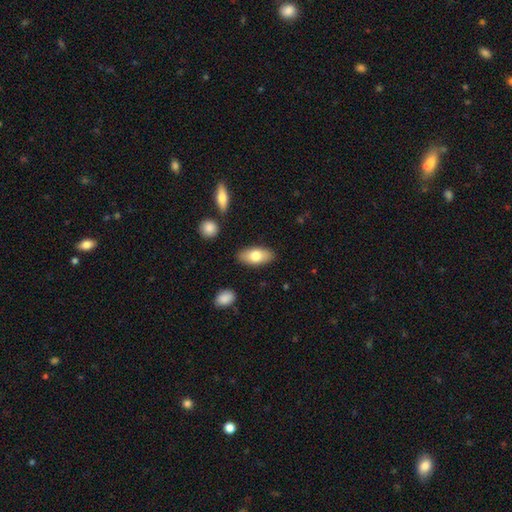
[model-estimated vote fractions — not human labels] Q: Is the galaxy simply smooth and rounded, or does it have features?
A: smooth — 75%.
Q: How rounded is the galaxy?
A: in between — 90%.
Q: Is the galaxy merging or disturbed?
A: none — 86%.